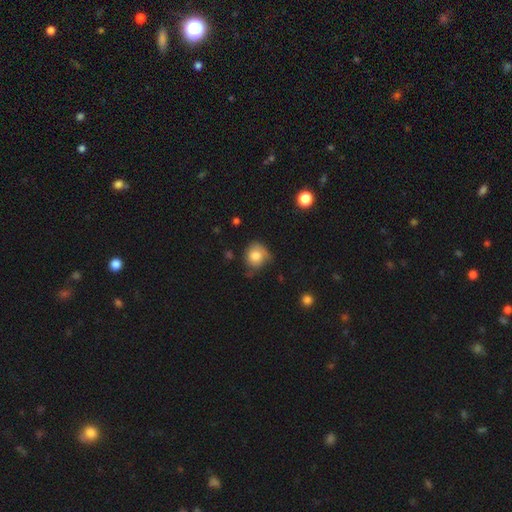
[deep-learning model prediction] This is likely a smooth galaxy (79%). How rounded: clearly round (81%). Merging: possibly none (55%).